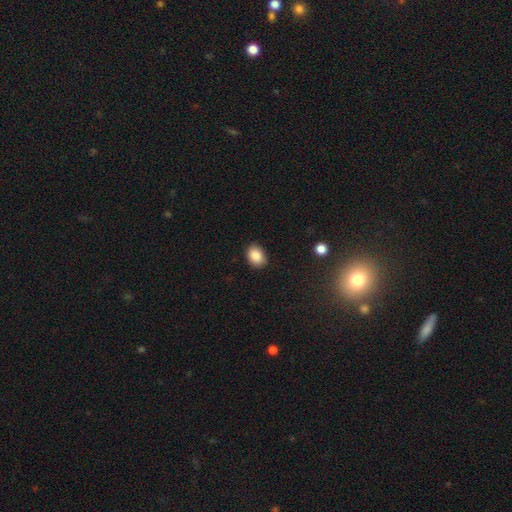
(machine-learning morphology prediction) type=smooth (88%); roundness=in between (70%); merging=none (87%).